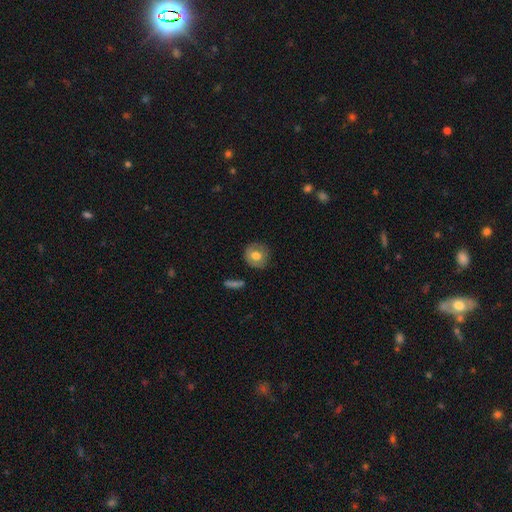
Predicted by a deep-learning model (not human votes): A smooth galaxy with no disk features (66%) that is round (86%).

Vote fractions:
- Smooth or featured? smooth: 66% / featured or disk: 26% / star or artifact: 8%
- How rounded? round: 86% / in between: 13% / cigar-shaped: 1%
- Merging? none: 82% / minor disturbance: 13% / major disturbance: 3% / merger: 2%